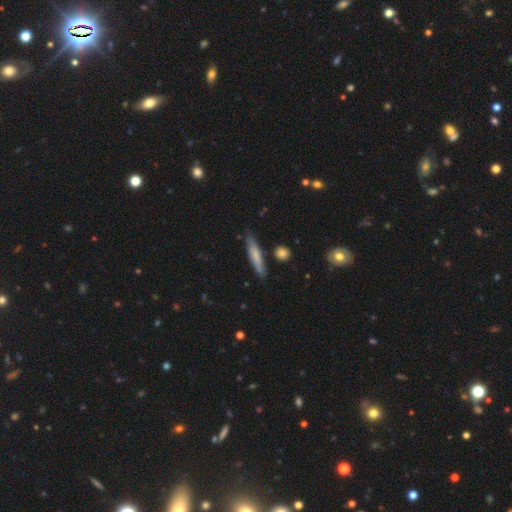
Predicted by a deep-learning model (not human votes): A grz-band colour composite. It shows a smooth galaxy with no disk features (64%) that is cigar-shaped (86%). Merging: none (77%).